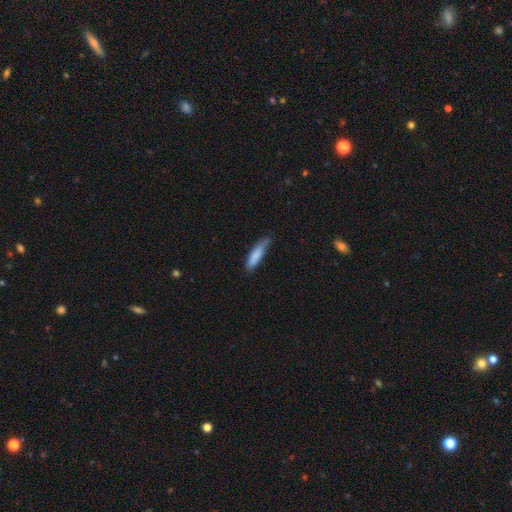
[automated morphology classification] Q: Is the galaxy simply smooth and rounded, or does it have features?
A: smooth — 82%.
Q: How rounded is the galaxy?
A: cigar-shaped — 78%.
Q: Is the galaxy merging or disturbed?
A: none — 61%.